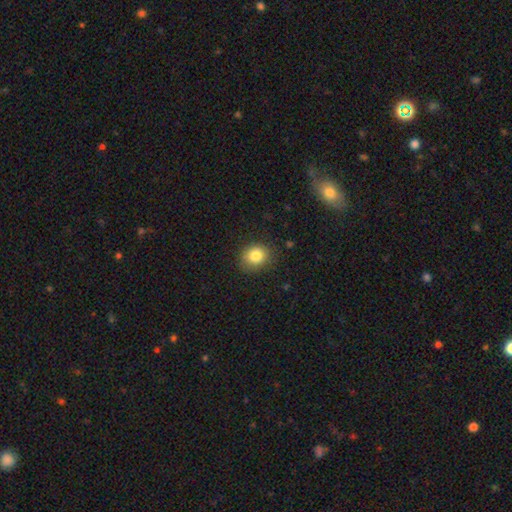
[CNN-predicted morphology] Smooth or featured: smooth — 83% (star or artifact — 10%)
How rounded: round — 67% (in between — 32%)
Merging: none — 82% (minor disturbance — 13%)